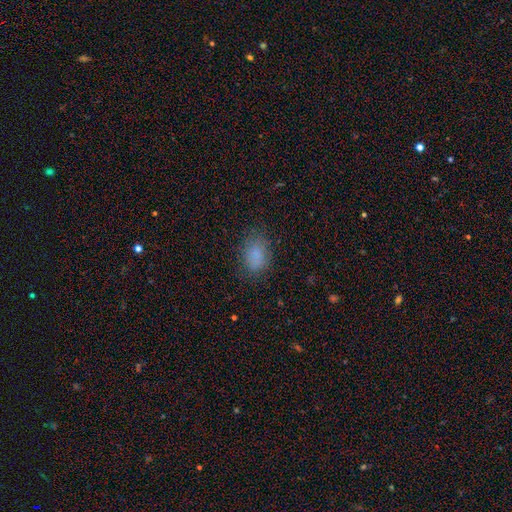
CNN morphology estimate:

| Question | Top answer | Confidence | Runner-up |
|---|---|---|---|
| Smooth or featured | smooth | 83% | star or artifact (11%) |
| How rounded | in between | 82% | round (17%) |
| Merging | none | 77% | minor disturbance (16%) |